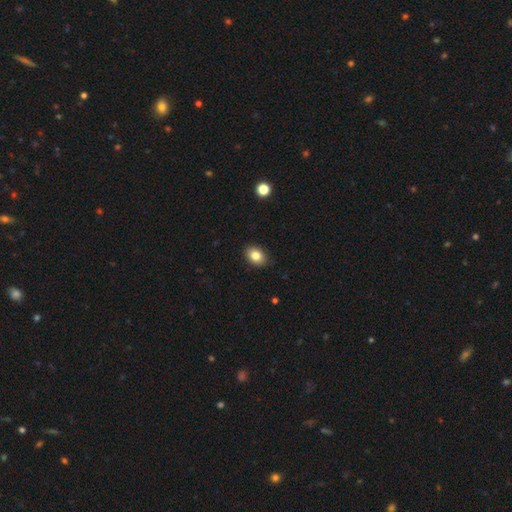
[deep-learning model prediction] Smooth or featured: smooth — 83% (star or artifact — 9%)
How rounded: in between — 72% (round — 27%)
Merging: none — 88% (minor disturbance — 9%)